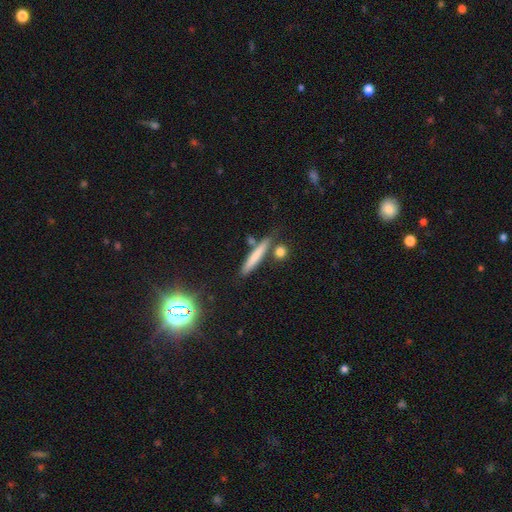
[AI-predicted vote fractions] The model was most divided on "smooth or featured": smooth: 71%, featured or disk: 21%, star or artifact: 8%. More confident: how rounded — cigar-shaped (91%); merging — none (78%).